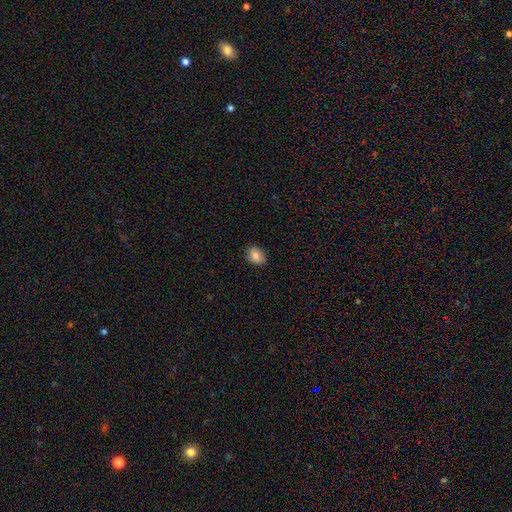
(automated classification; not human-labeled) Smooth or featured: smooth — 82% (featured or disk — 9%)
How rounded: in between — 67% (round — 32%)
Merging: none — 87% (minor disturbance — 11%)